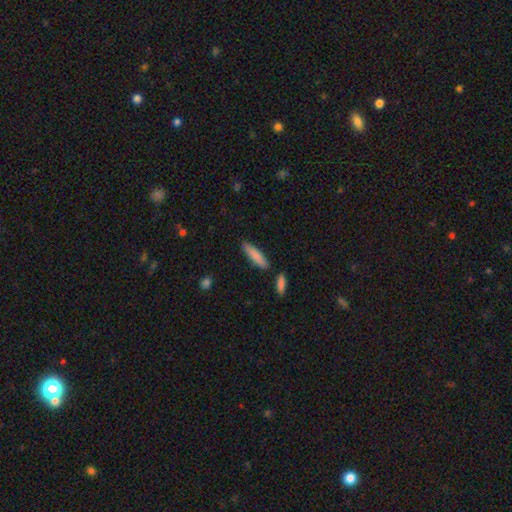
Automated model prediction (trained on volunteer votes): Smooth or featured? smooth (83%)
How rounded? cigar-shaped (73%)
Merging? none (83%)